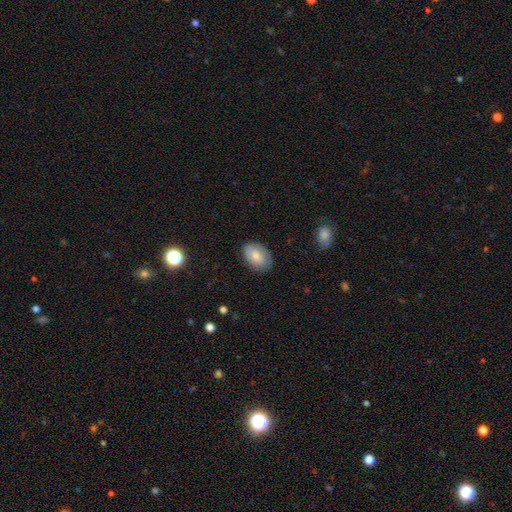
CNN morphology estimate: A smooth galaxy with no disk features (74%) that is in between round and cigar-shaped (89%).

Vote fractions:
- Smooth or featured? smooth: 74% / featured or disk: 19% / star or artifact: 7%
- How rounded? in between: 89% / round: 10% / cigar-shaped: 1%
- Merging? none: 82% / minor disturbance: 14% / major disturbance: 3% / merger: 1%